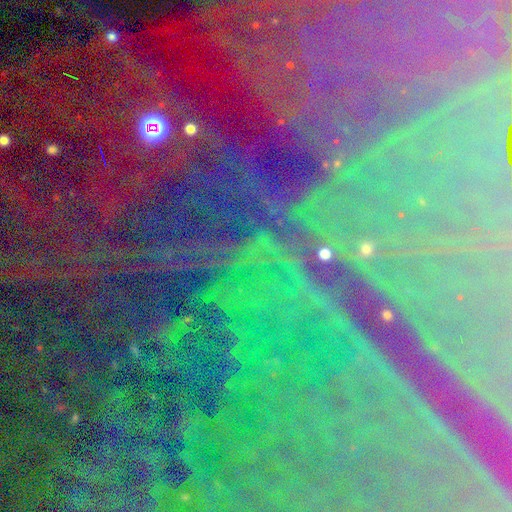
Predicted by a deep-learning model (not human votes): A star or artifact, not a galaxy (86%).